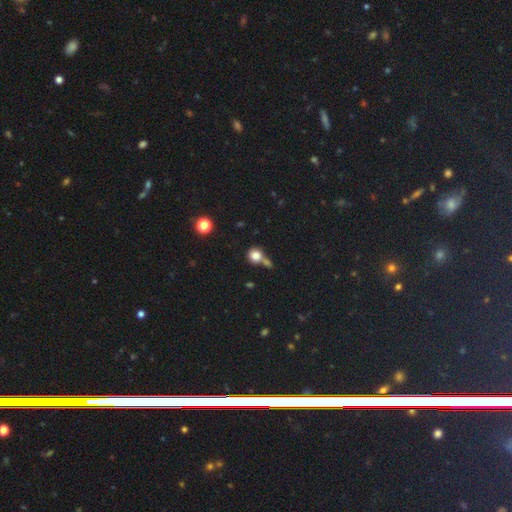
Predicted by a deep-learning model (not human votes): smooth 81%, star or artifact 11%, featured or disk 8%. Down the decision tree: how rounded — round (88%); merging — none (49%).